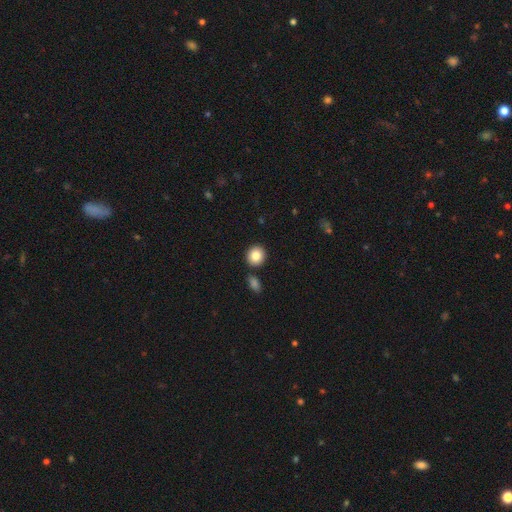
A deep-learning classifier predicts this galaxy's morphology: smooth_or_featured: smooth (p=0.86) [alt: star or artifact p=0.08]
how_rounded: round (p=0.82) [alt: in between p=0.17]
merging: none (p=0.83) [alt: minor disturbance p=0.08]